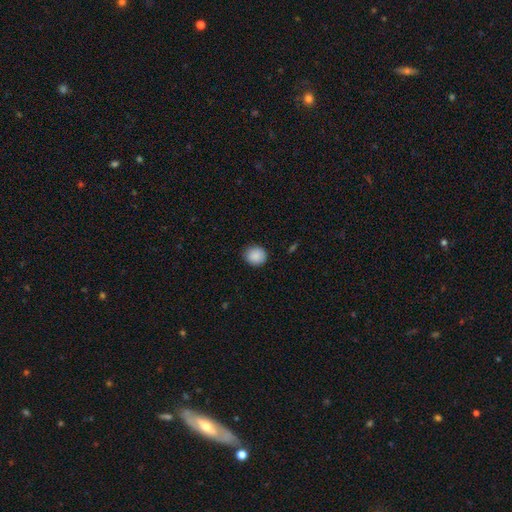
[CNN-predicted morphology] Smooth or featured? smooth (89%)
How rounded? round (85%)
Merging? none (88%)